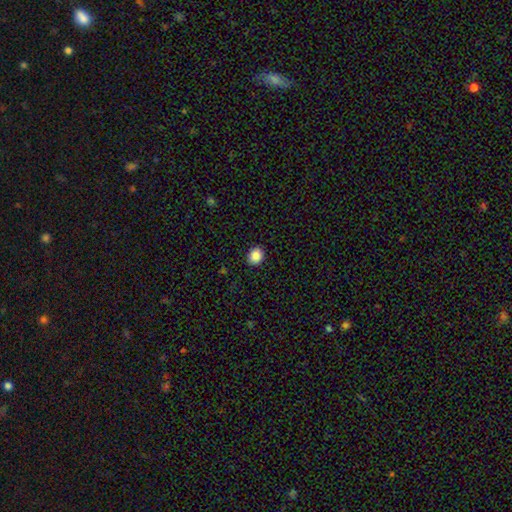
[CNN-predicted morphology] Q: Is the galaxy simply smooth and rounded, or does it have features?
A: smooth — 88%.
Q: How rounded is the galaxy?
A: round — 65%.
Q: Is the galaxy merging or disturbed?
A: none — 90%.